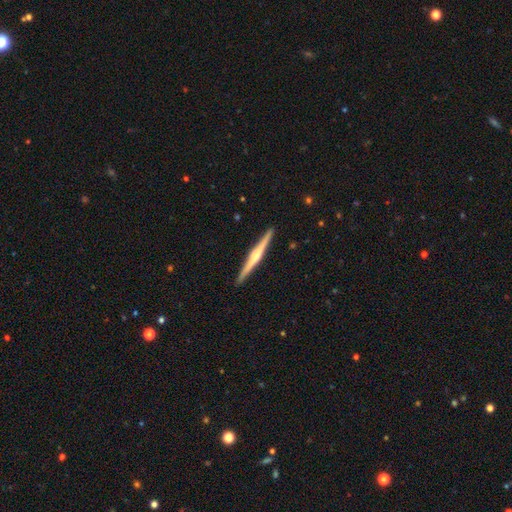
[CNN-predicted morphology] smooth_or_featured: featured or disk (p=0.73) [alt: smooth p=0.22]
disk_edge_on: yes (p=0.99) [alt: no p=0.01]
edge_on_bulge: rounded (p=0.75) [alt: none p=0.14]
merging: none (p=0.92) [alt: minor disturbance p=0.06]